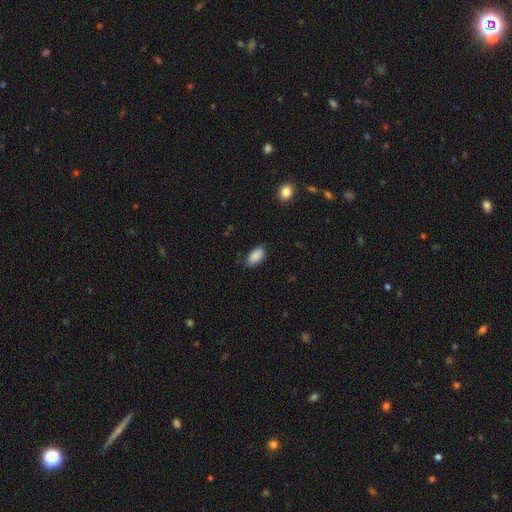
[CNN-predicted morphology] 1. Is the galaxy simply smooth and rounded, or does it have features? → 89% smooth, 7% star or artifact, 4% featured or disk.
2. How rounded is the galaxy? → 94% in between, 3% round, 3% cigar-shaped.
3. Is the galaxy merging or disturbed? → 82% none, 14% minor disturbance, 3% major disturbance, 1% merger.